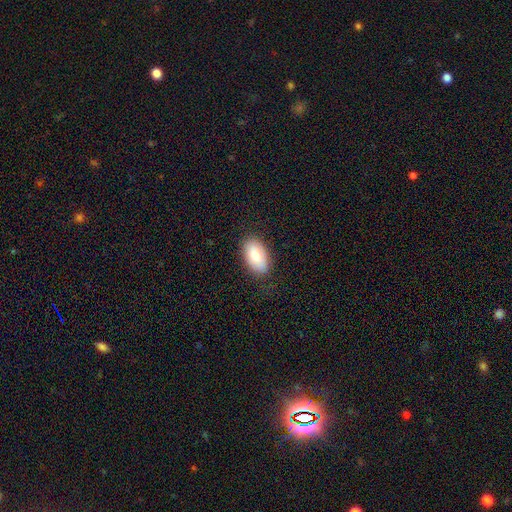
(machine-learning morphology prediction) smooth 82%, featured or disk 12%, star or artifact 6%. Down the decision tree: how rounded — in between (95%); merging — none (82%).